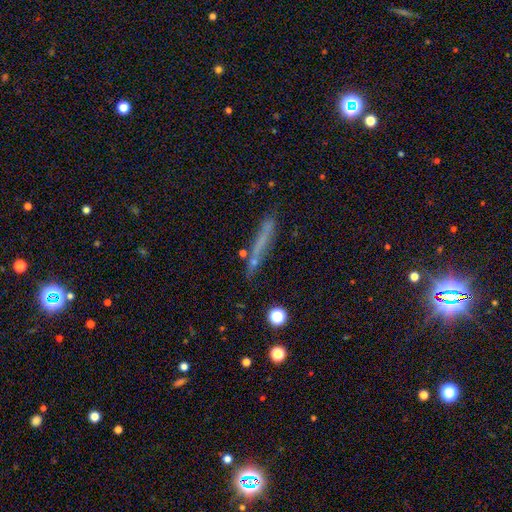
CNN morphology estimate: Smooth or featured? Predicted: smooth (p=0.54). How rounded? Predicted: cigar-shaped (p=0.90). Merging? Predicted: none (p=0.68).